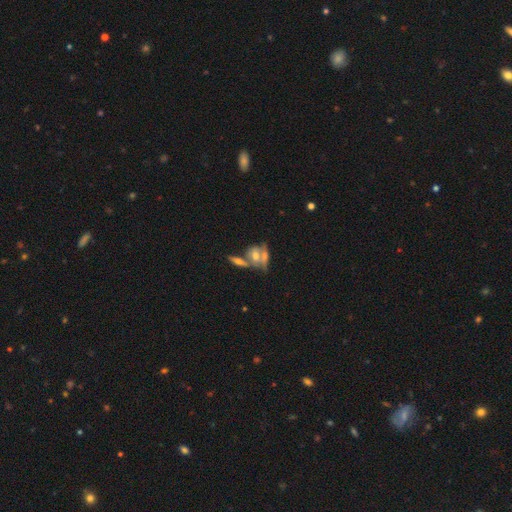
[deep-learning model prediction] This appears to be a featured or disk galaxy (58%). Merging: merger (54%).